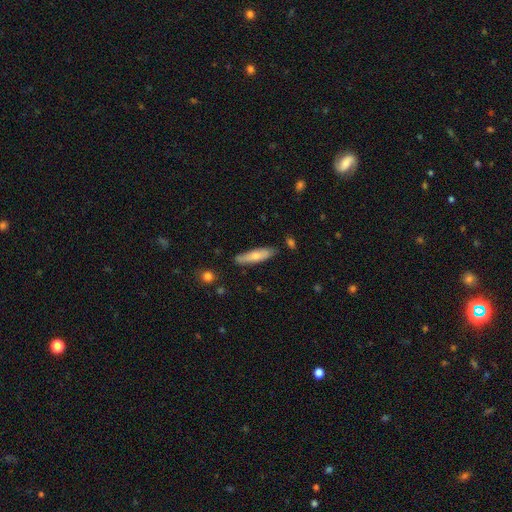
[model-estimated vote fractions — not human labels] Smooth or featured: smooth — 67% (featured or disk — 28%)
How rounded: cigar-shaped — 72% (in between — 26%)
Merging: none — 77% (minor disturbance — 17%)